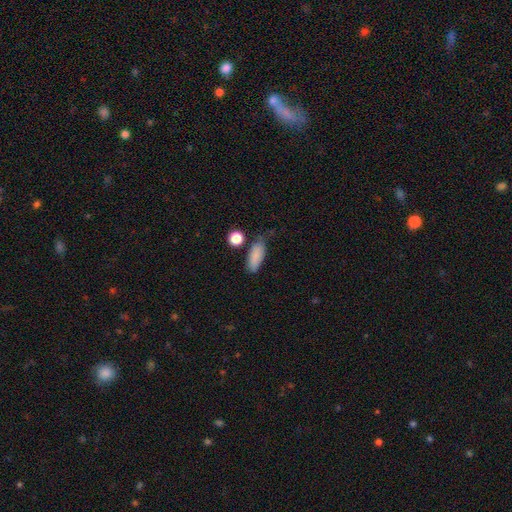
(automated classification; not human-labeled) Smooth or featured?
  - smooth: 85% *
  - star or artifact: 8%
  - featured or disk: 7%
How rounded?
  - in between: 72% *
  - cigar-shaped: 24%
  - round: 4%
Merging?
  - none: 65% *
  - minor disturbance: 23%
  - merger: 6%
  - major disturbance: 6%